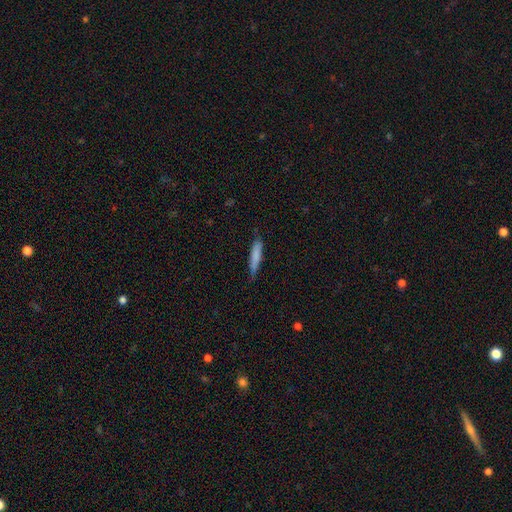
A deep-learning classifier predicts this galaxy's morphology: Smooth or featured? smooth (77%)
How rounded? cigar-shaped (87%)
Merging? none (71%)